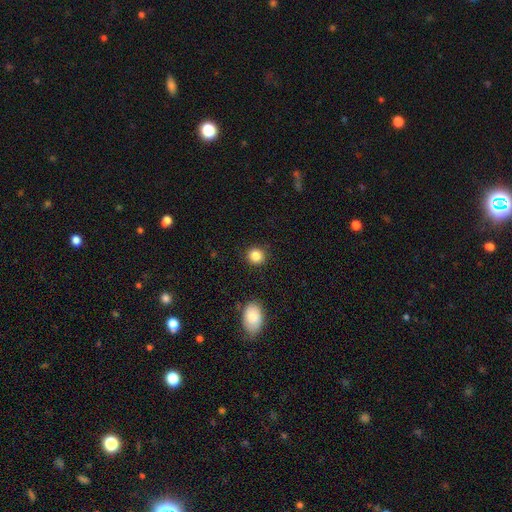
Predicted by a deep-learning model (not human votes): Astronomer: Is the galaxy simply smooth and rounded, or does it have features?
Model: smooth — 86%.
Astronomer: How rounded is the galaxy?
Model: round — 86%.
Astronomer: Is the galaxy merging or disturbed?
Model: none — 89%.